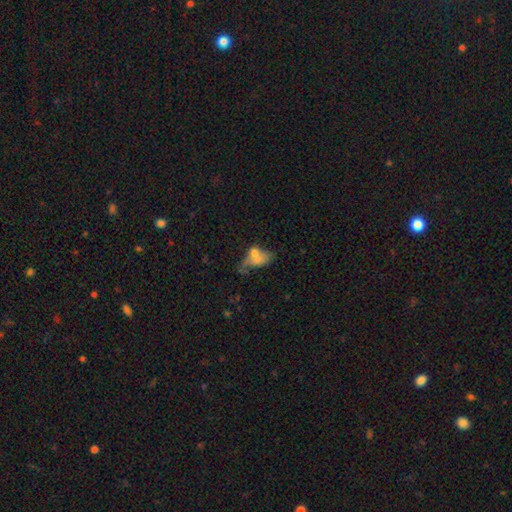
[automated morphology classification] The model was most divided on "merging": merger: 46%, major disturbance: 22%, none: 18%, minor disturbance: 15%. More confident: how rounded — in between (80%); smooth or featured — smooth (57%).